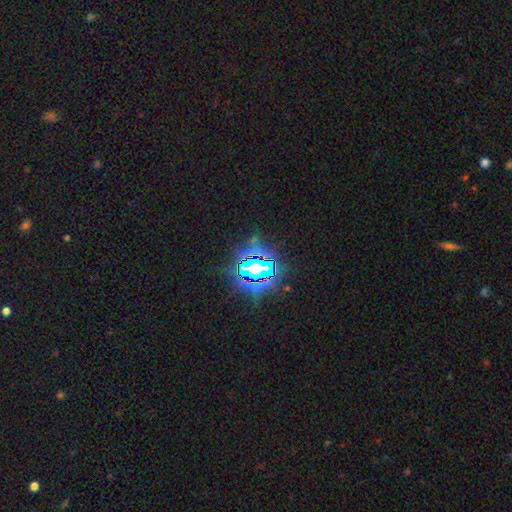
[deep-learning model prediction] The model was most divided on "smooth or featured": star or artifact: 83%, smooth: 10%, featured or disk: 7%.